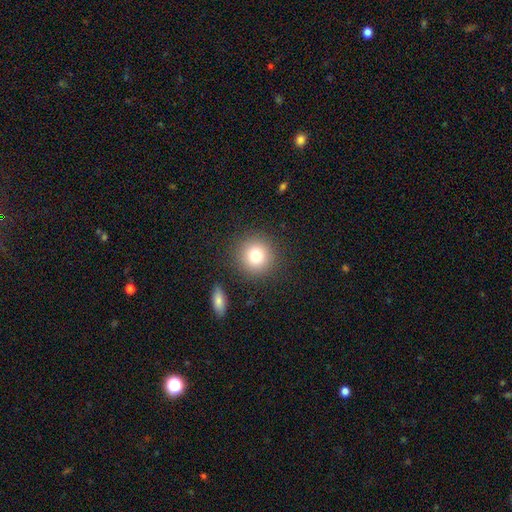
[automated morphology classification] A smooth galaxy with no disk features (78%) that is round (93%). Merging: none (87%).